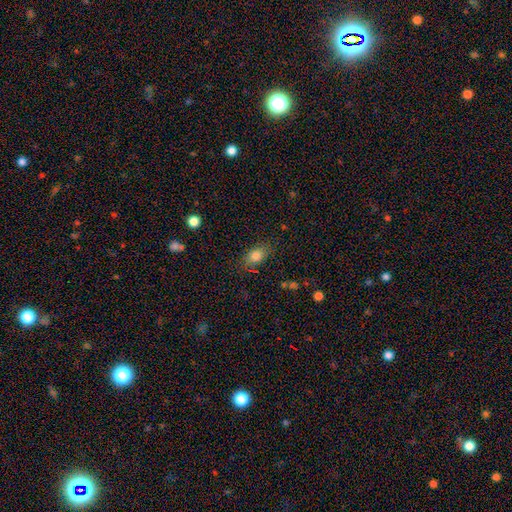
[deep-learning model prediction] The model was most divided on "how rounded": in between: 79%, round: 18%, cigar-shaped: 3%. More confident: smooth or featured — smooth (81%); merging — none (79%).